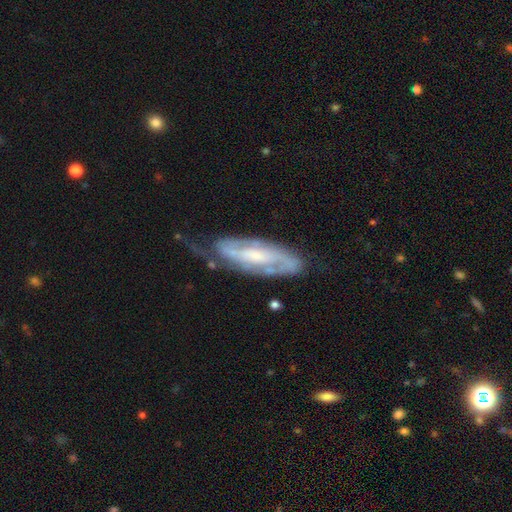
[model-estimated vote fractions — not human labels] Smooth or featured? Predicted: featured or disk (p=0.83). Edge-on disk? Predicted: no (p=0.87). Bar? Predicted: weak (p=0.41). Spiral arms? Predicted: yes (p=0.93). Spiral winding? Predicted: tight (p=0.47). Spiral arm count? Predicted: 2 (p=0.65). Bulge size? Predicted: small (p=0.46). Merging? Predicted: none (p=0.56).